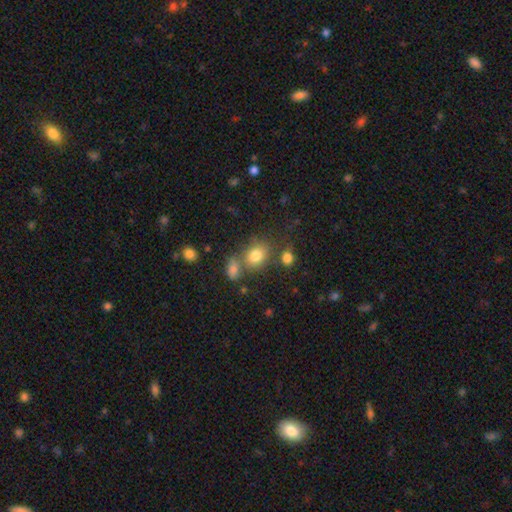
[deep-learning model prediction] A smooth galaxy with no disk features (79%) that is round (52%).

Vote fractions:
- Smooth or featured? smooth: 79% / star or artifact: 12% / featured or disk: 8%
- How rounded? round: 52% / in between: 46% / cigar-shaped: 1%
- Merging? none: 63% / merger: 20% / minor disturbance: 13% / major disturbance: 5%